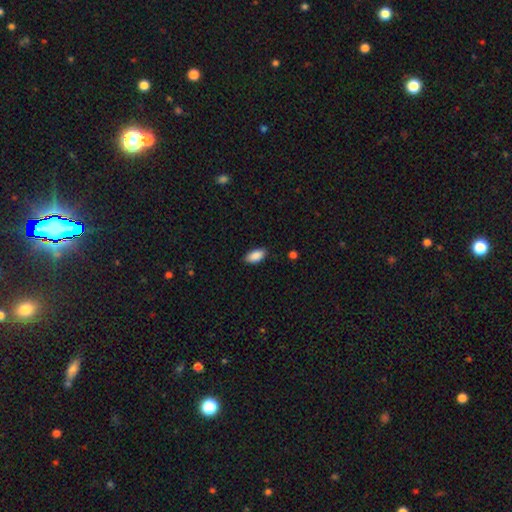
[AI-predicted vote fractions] A smooth galaxy with no disk features (90%) that is in between round and cigar-shaped (92%). Merging: none (85%).